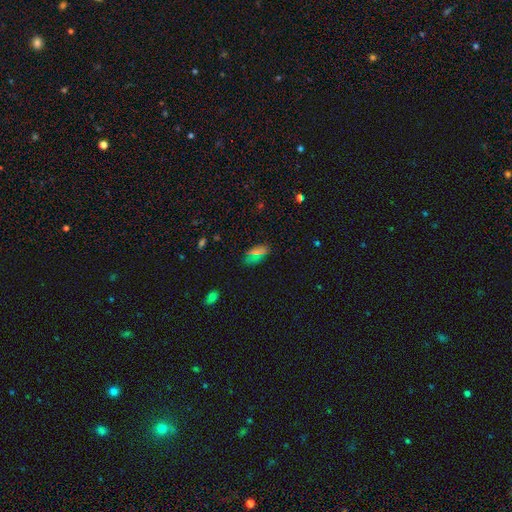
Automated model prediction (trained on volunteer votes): Smooth or featured? smooth (65%)
How rounded? in between (88%)
Merging? none (81%)